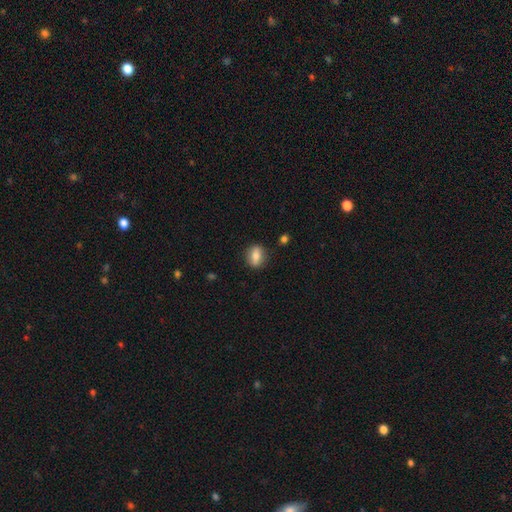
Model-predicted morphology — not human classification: smooth-or-featured: smooth: 75% | featured or disk: 17% | star or artifact: 8%
  how-rounded: in between: 60% | round: 34% | cigar-shaped: 7%
  merging: none: 86% | minor disturbance: 10% | major disturbance: 3% | merger: 2%